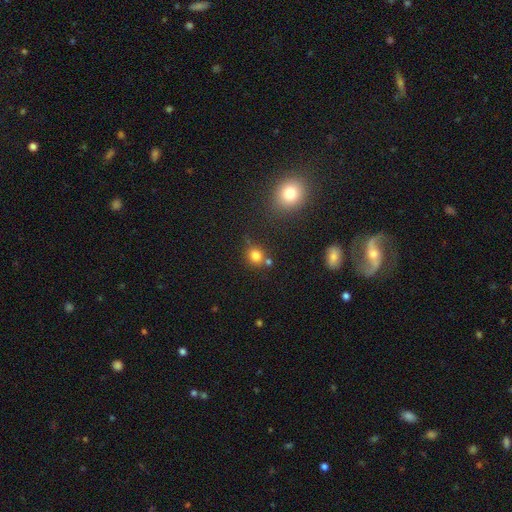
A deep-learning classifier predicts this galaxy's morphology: type=smooth (79%); roundness=round (79%); merging=none (69%).